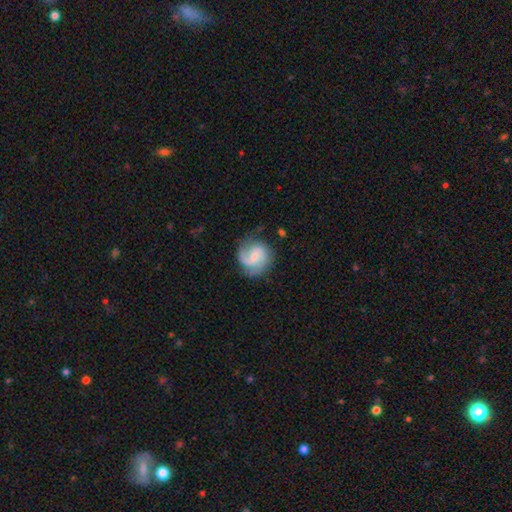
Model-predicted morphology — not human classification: Overall: featured or disk (72%). Edge-on disk: no (98%). Bar: weak (53%; no 34%). Spiral arms: yes (94%). Spiral arm count: 2 (68%). Spiral winding: medium (47%; loose 29%). Bulge size: small (55%; moderate 25%). Merging: none (68%).